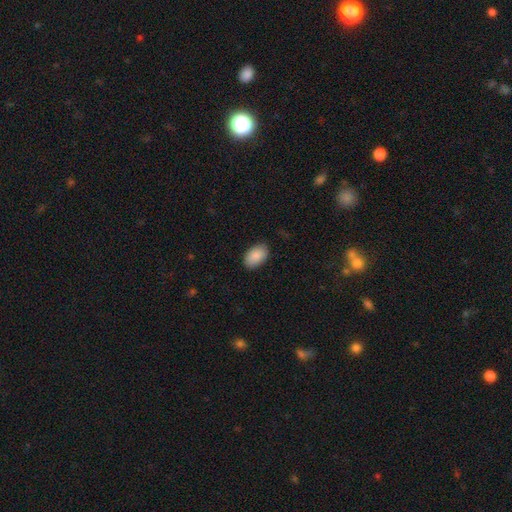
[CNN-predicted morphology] Smooth or featured: smooth — 88% (star or artifact — 7%)
How rounded: in between — 92% (round — 7%)
Merging: none — 86% (minor disturbance — 11%)